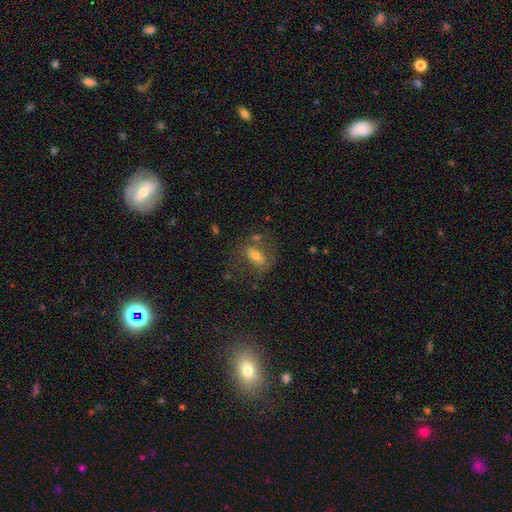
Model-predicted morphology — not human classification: This is possibly a smooth galaxy (53%). How rounded: likely in between (74%). Merging: possibly none (58%).